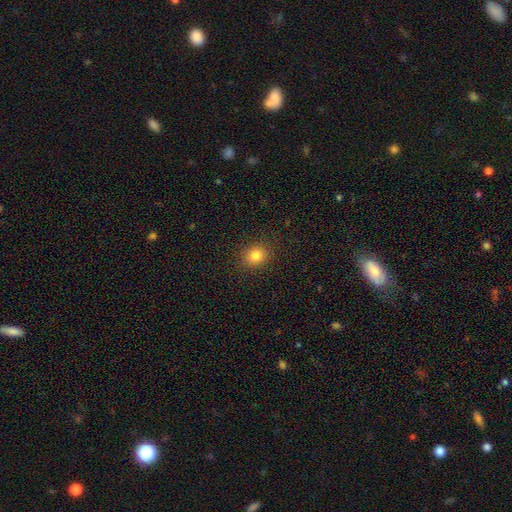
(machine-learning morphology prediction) The model was most divided on "how rounded": round: 68%, in between: 31%, cigar-shaped: 1%. More confident: merging — none (88%); smooth or featured — smooth (82%).